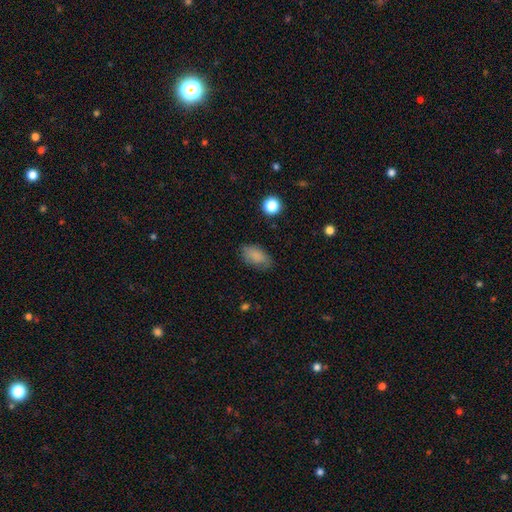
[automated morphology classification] type=smooth (84%); roundness=in between (91%); merging=none (75%).